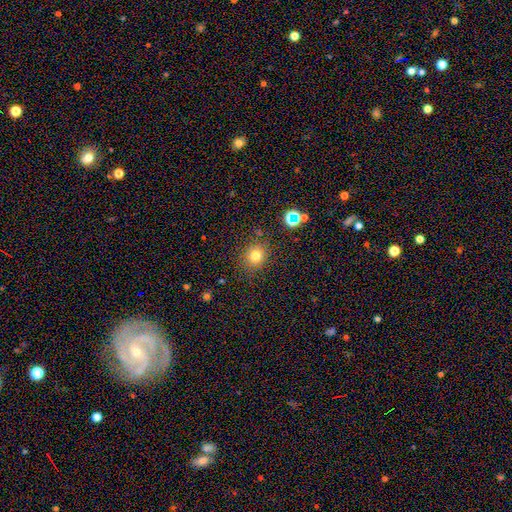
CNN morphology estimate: A smooth galaxy with no disk features (75%) that is round (81%). Merging: none (84%).